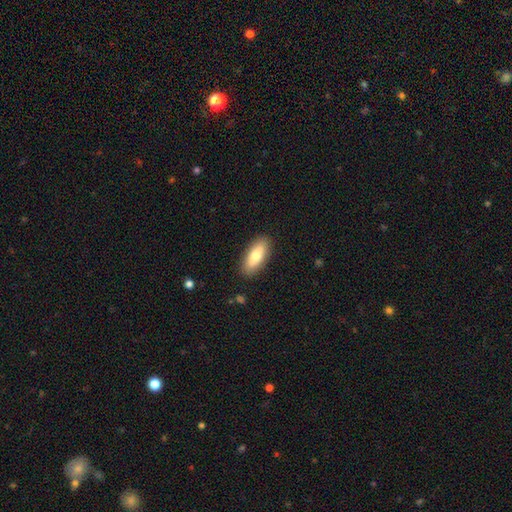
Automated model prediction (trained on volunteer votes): A smooth galaxy with no disk features (75%) that is in between round and cigar-shaped (76%).

Vote fractions:
- Smooth or featured? smooth: 75% / featured or disk: 19% / star or artifact: 6%
- How rounded? in between: 76% / cigar-shaped: 21% / round: 2%
- Merging? none: 89% / minor disturbance: 8% / major disturbance: 2% / merger: 1%